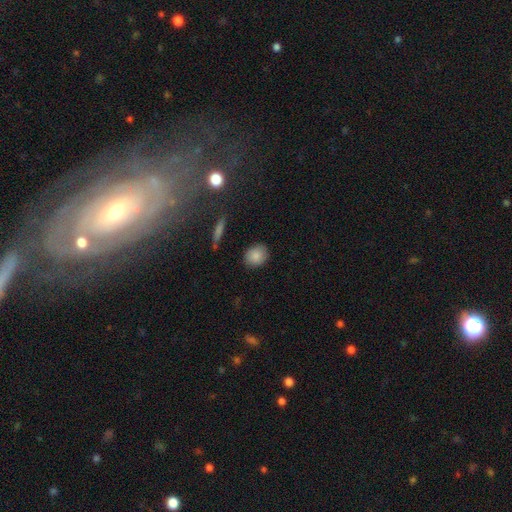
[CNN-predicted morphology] A smooth galaxy with no disk features (86%) that is round (63%). Merging: none (86%).